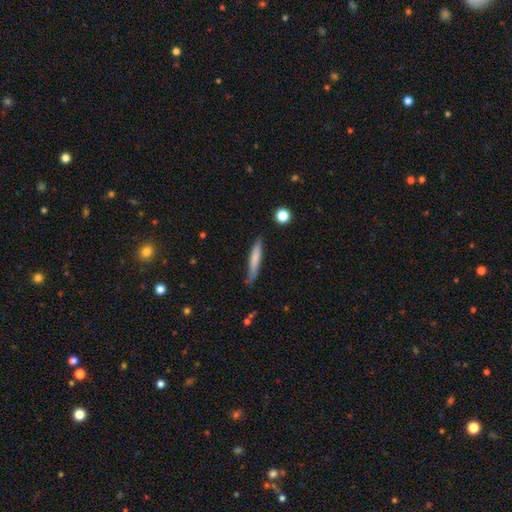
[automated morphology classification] smooth-or-featured: smooth: 67% | featured or disk: 27% | star or artifact: 7%
  how-rounded: cigar-shaped: 93% | in between: 5% | round: 1%
  merging: none: 79% | minor disturbance: 16% | major disturbance: 3% | merger: 2%